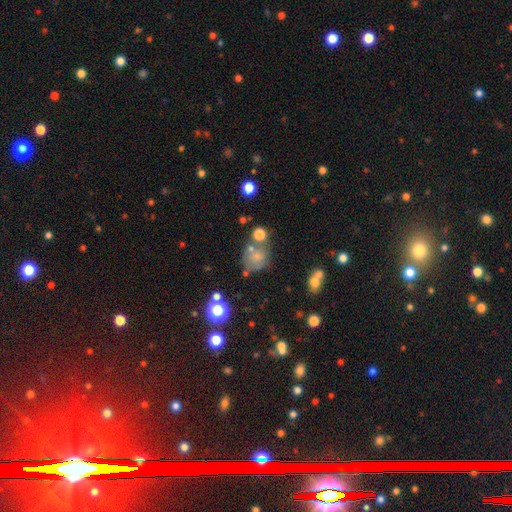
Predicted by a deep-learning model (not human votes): This is likely a smooth galaxy (63%). How rounded: likely round (68%). Merging: possibly none (45%).